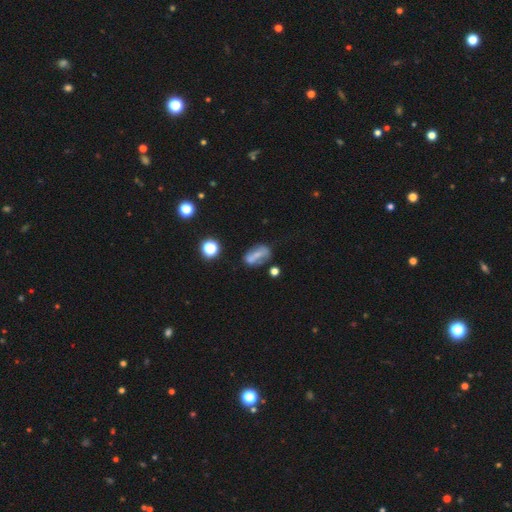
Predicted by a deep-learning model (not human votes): smooth 53%, featured or disk 33%, star or artifact 13%. Down the decision tree: how rounded — in between (75%); merging — none (49%).